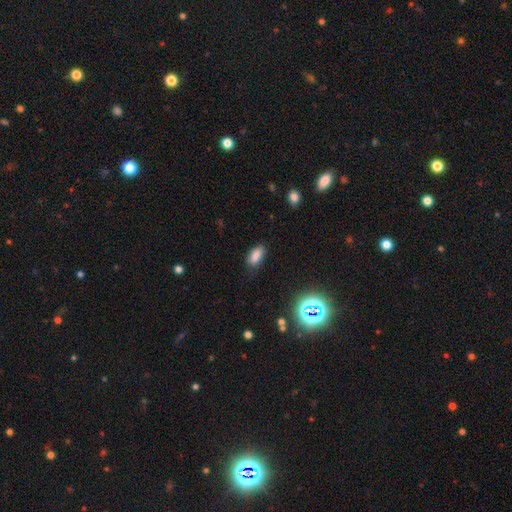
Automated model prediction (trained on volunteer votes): Smooth or featured?
  - smooth: 82% *
  - star or artifact: 12%
  - featured or disk: 6%
How rounded?
  - in between: 90% *
  - cigar-shaped: 5%
  - round: 4%
Merging?
  - none: 77% *
  - minor disturbance: 18%
  - major disturbance: 4%
  - merger: 1%